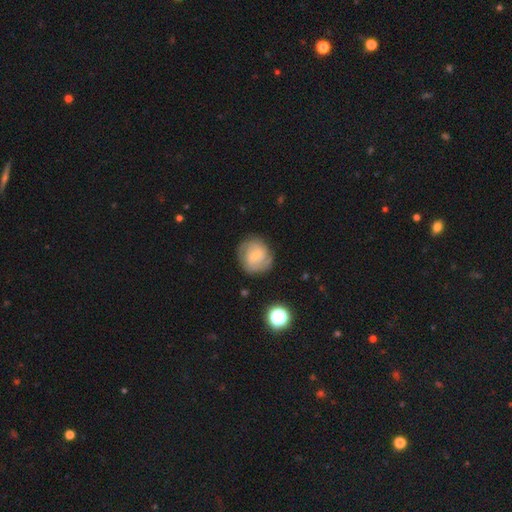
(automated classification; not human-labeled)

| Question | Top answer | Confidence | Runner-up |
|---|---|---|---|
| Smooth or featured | featured or disk | 66% | smooth (27%) |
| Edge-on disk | no | 98% | yes (2%) |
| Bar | weak | 58% | no (26%) |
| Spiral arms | yes | 88% | no (12%) |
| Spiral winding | tight | 51% | medium (38%) |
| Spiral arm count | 2 | 47% | can't tell (31%) |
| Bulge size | small | 62% | moderate (28%) |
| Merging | none | 74% | minor disturbance (17%) |